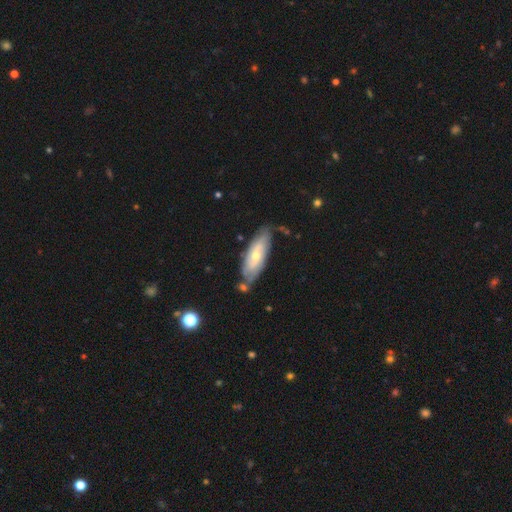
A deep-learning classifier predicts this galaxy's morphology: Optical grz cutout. It shows a featured or disk galaxy (56%). Merging: none (65%).